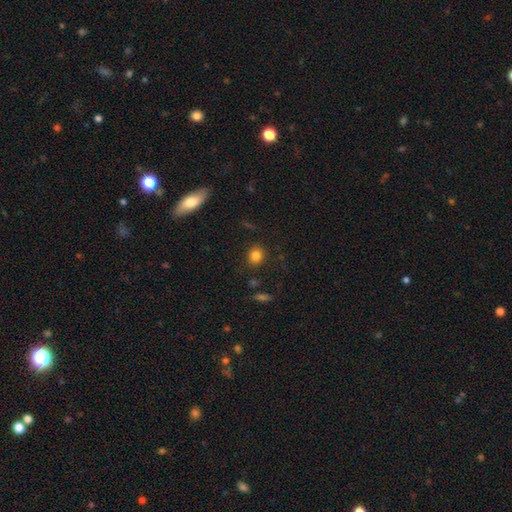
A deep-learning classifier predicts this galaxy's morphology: The model was most divided on "how rounded": round: 73%, in between: 26%, cigar-shaped: 1%. More confident: merging — none (86%); smooth or featured — smooth (82%).